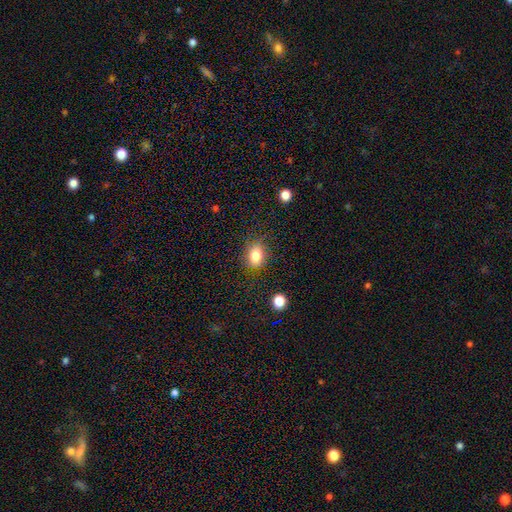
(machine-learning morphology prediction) Smooth or featured?
  - smooth: 82% *
  - star or artifact: 10%
  - featured or disk: 8%
How rounded?
  - in between: 75% *
  - round: 24%
  - cigar-shaped: 2%
Merging?
  - none: 77% *
  - minor disturbance: 16%
  - major disturbance: 5%
  - merger: 2%